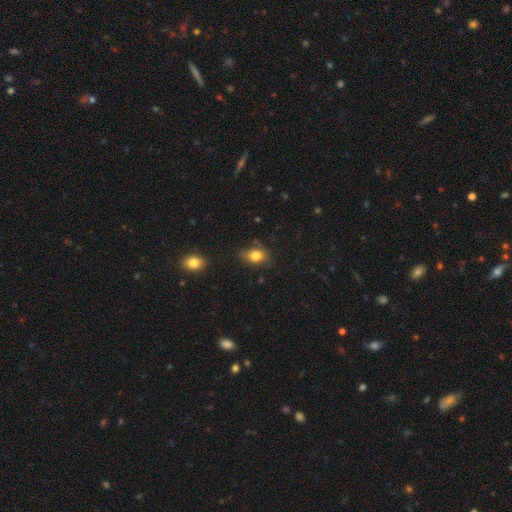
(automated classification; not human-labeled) Morphology: type=smooth (80%); roundness=in between (71%); merging=none (68%).